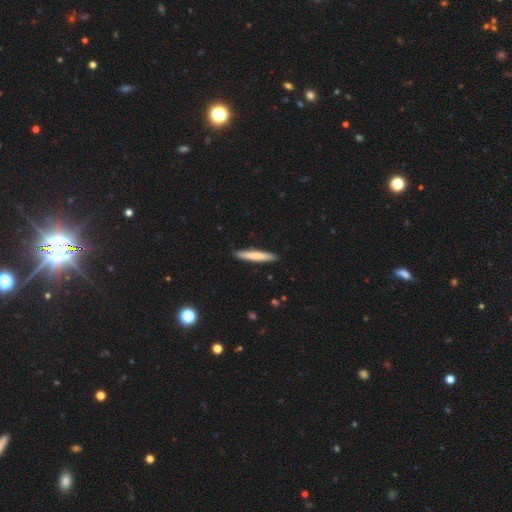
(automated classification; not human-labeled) A smooth galaxy with no disk features (70%) that is cigar-shaped (93%). Merging: none (91%).